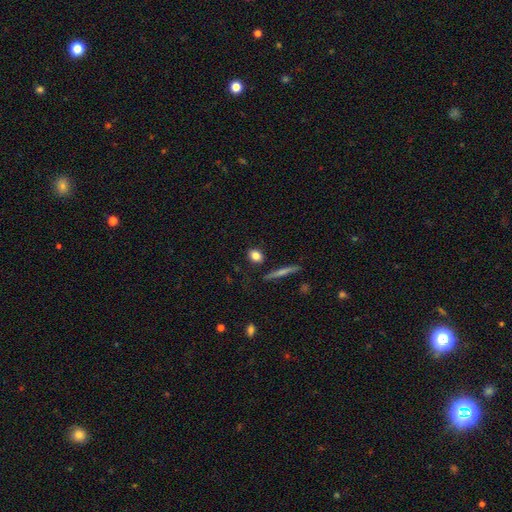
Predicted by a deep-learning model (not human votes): Overall: smooth (81%). How rounded: in between (58%; round 35%). Merging: none (84%).